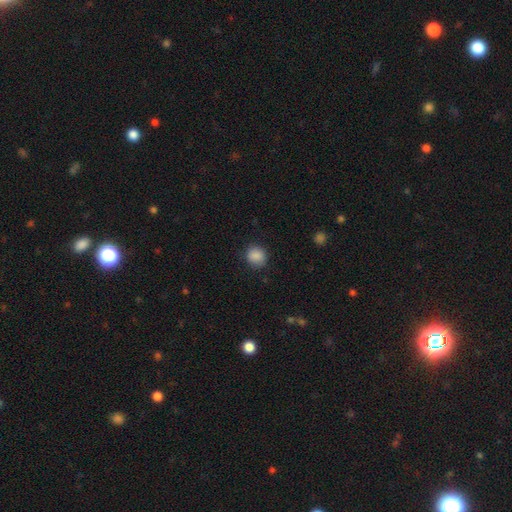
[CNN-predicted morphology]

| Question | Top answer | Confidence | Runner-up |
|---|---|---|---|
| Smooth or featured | smooth | 88% | star or artifact (9%) |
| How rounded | round | 78% | in between (21%) |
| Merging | none | 85% | minor disturbance (11%) |